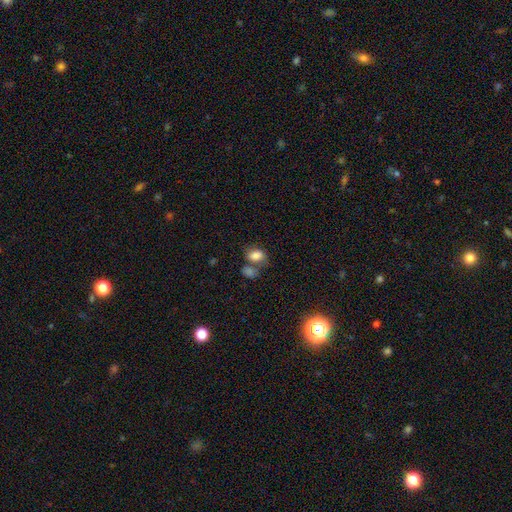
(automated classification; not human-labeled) Morphology: type=smooth (79%); roundness=in between (76%); merging=merger (39%).